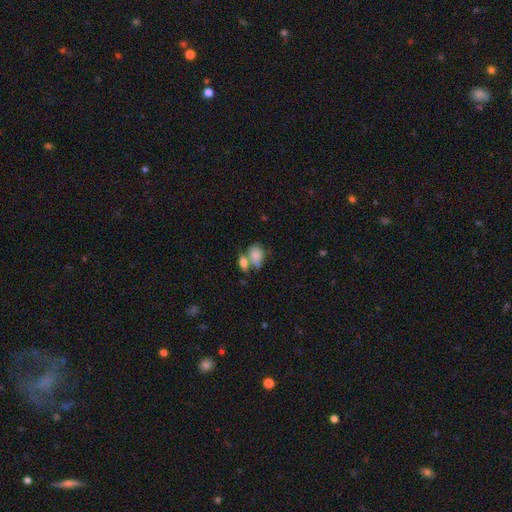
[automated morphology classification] Smooth or featured? Predicted: smooth (p=0.80). How rounded? Predicted: in between (p=0.68). Merging? Predicted: merger (p=0.49).